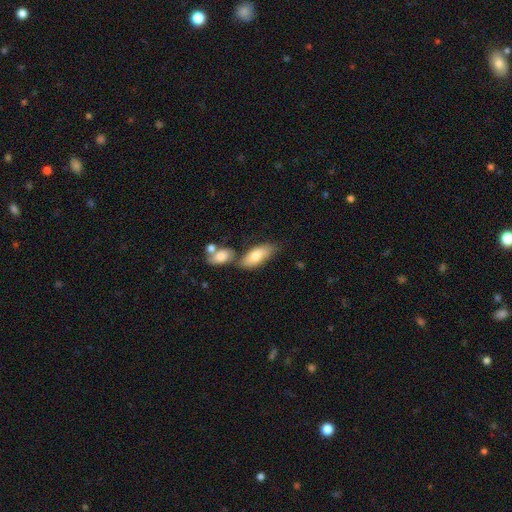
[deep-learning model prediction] smooth-or-featured: smooth: 78% | featured or disk: 16% | star or artifact: 6%
  how-rounded: in between: 85% | cigar-shaped: 13% | round: 3%
  merging: none: 54% | merger: 24% | minor disturbance: 17% | major disturbance: 5%